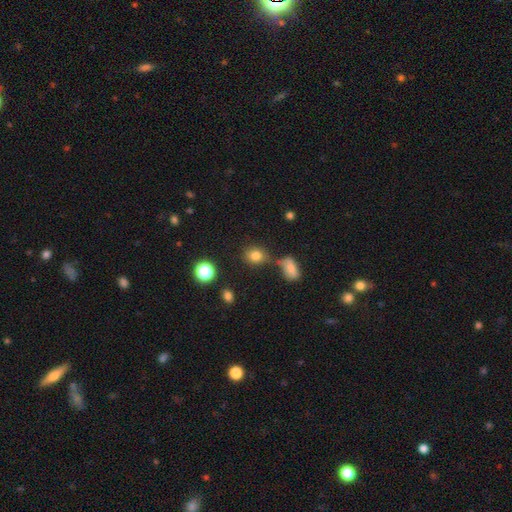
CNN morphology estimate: Overall: smooth (78%). How rounded: round (66%; in between 32%). Merging: none (67%).